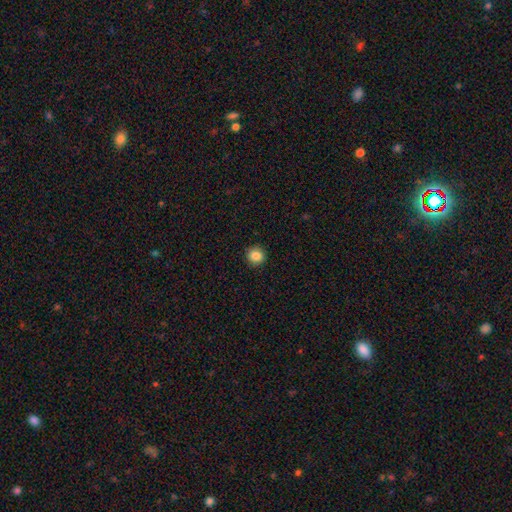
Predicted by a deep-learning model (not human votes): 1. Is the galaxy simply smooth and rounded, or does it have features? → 87% smooth, 10% star or artifact, 4% featured or disk.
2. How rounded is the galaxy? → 92% round, 7% in between, 1% cigar-shaped.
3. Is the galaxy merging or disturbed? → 92% none, 6% minor disturbance, 2% major disturbance, 1% merger.